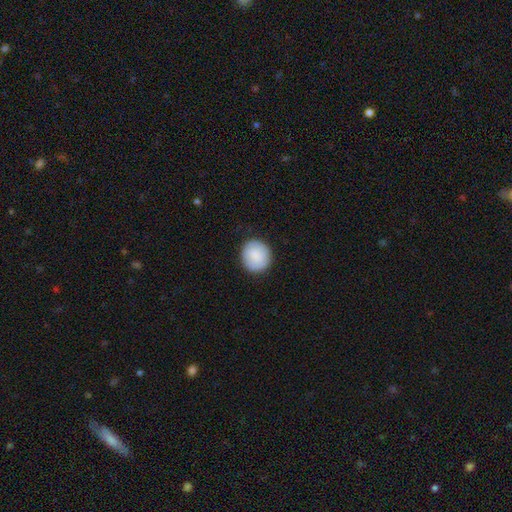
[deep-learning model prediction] Smooth or featured? smooth (87%)
How rounded? round (85%)
Merging? none (88%)